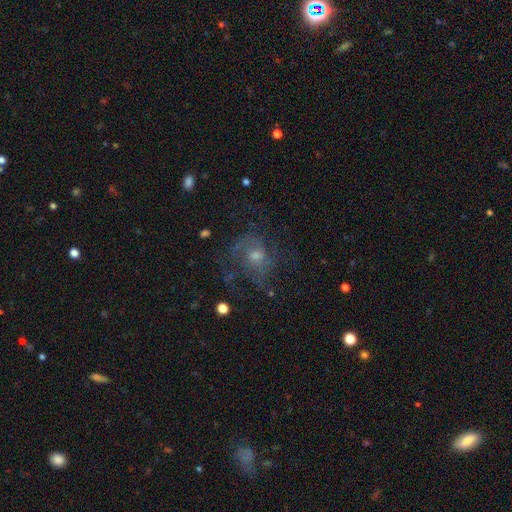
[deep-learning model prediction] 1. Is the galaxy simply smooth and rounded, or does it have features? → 58% featured or disk, 22% smooth, 20% star or artifact.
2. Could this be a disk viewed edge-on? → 97% no, 3% yes.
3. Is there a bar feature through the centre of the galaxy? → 77% no, 20% weak, 3% strong.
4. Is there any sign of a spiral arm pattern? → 76% yes, 24% no.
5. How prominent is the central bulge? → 50% moderate, 38% small, 5% large, 4% none, 1% dominant.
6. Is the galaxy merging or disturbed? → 58% none, 21% major disturbance, 18% minor disturbance, 2% merger.